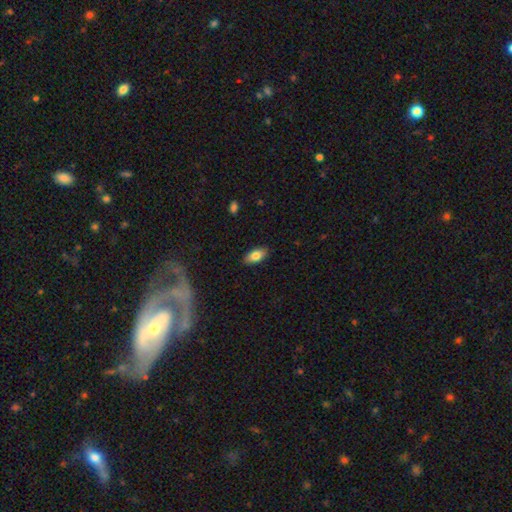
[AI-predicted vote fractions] Smooth or featured: smooth — 80% (featured or disk — 13%)
How rounded: in between — 90% (cigar-shaped — 7%)
Merging: none — 88% (minor disturbance — 9%)